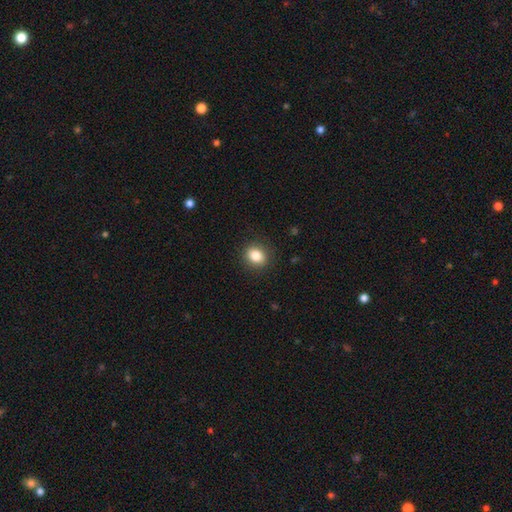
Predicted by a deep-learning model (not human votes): Smooth or featured? Predicted: smooth (p=0.84). How rounded? Predicted: round (p=0.56). Merging? Predicted: none (p=0.88).